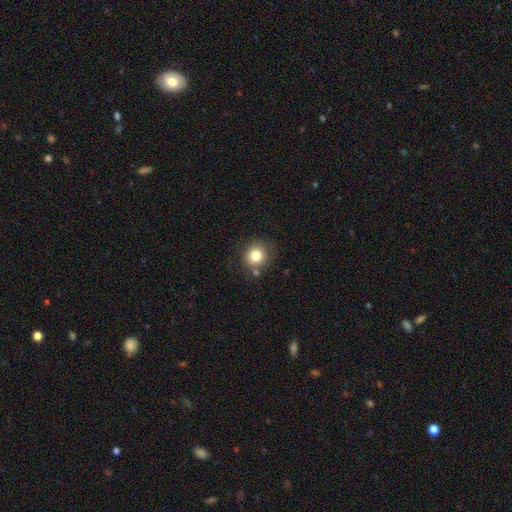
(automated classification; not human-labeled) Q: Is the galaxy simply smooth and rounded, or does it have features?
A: smooth — 80%.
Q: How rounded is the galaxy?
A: round — 85%.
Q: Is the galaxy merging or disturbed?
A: none — 76%.